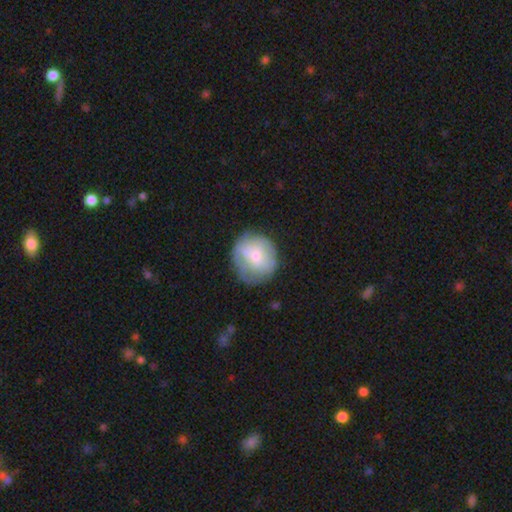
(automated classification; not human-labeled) Smooth or featured: smooth — 60% (featured or disk — 33%)
How rounded: round — 82% (in between — 17%)
Merging: none — 58% (minor disturbance — 26%)